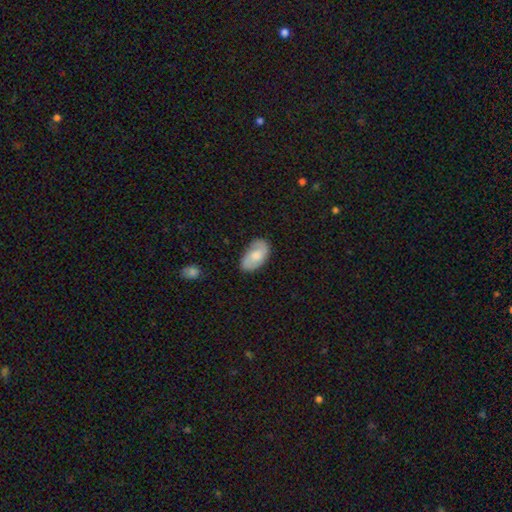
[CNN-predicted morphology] This is possibly a smooth galaxy (54%). How rounded: clearly in between (94%). Merging: likely none (75%).